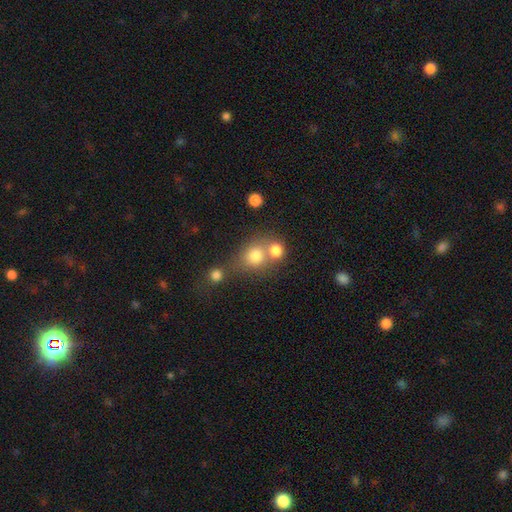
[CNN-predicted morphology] smooth_or_featured: smooth (p=0.77) [alt: star or artifact p=0.13]
how_rounded: round (p=0.79) [alt: in between p=0.20]
merging: merger (p=0.44) [alt: none p=0.43]